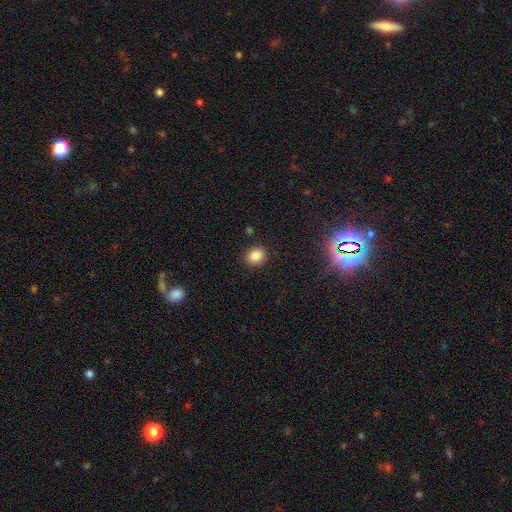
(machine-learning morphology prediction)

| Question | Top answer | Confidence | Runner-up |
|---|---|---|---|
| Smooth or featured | smooth | 86% | star or artifact (10%) |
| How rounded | round | 57% | in between (42%) |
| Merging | none | 88% | minor disturbance (8%) |